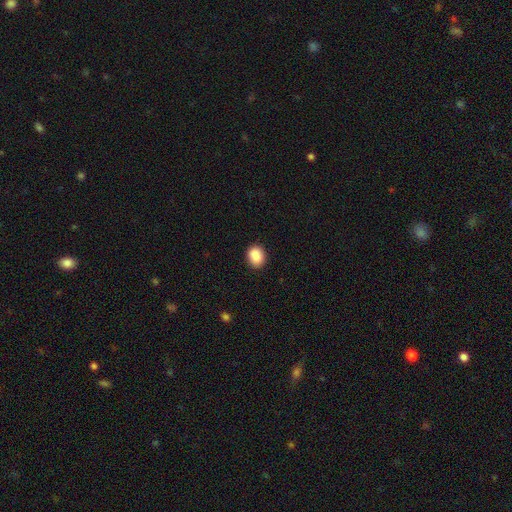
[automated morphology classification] Smooth or featured: smooth — 88% (star or artifact — 8%)
How rounded: round — 53% (in between — 46%)
Merging: none — 88% (minor disturbance — 9%)